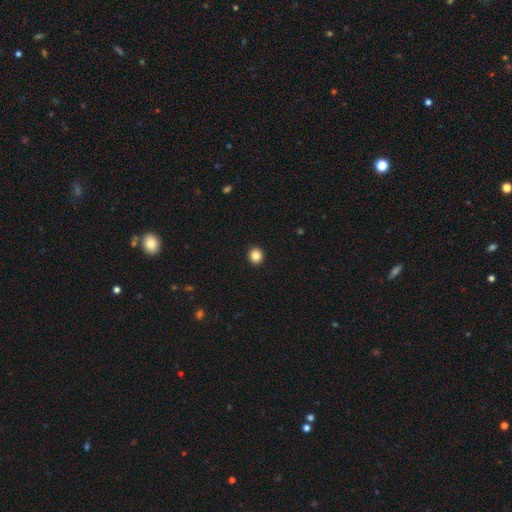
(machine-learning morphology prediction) This is clearly a smooth galaxy (84%). How rounded: clearly round (86%). Merging: clearly none (93%).